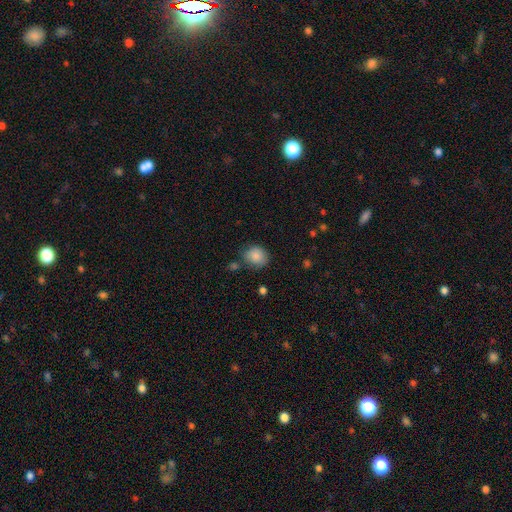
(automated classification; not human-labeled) This is clearly a smooth galaxy (86%). How rounded: likely round (71%). Merging: likely none (71%).